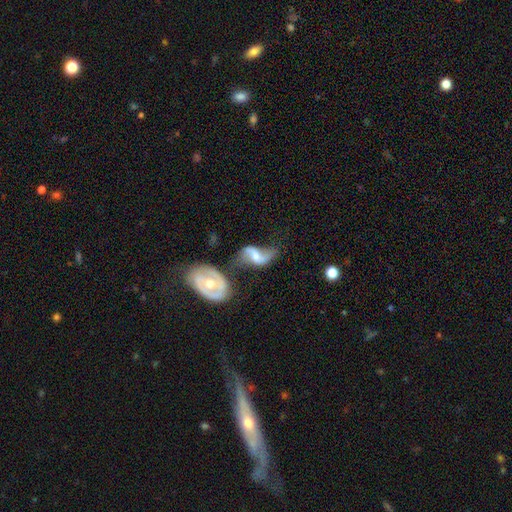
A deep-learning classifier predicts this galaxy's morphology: The model was most divided on "merging": none: 41%, merger: 25%, minor disturbance: 18%, major disturbance: 15%. Remaining: edge-on disk — no (96%); spiral arms — yes (91%); spiral arm count — 2 (89%); smooth or featured — featured or disk (81%); spiral winding — loose (80%); bulge size — moderate (51%); bar — weak (48%).